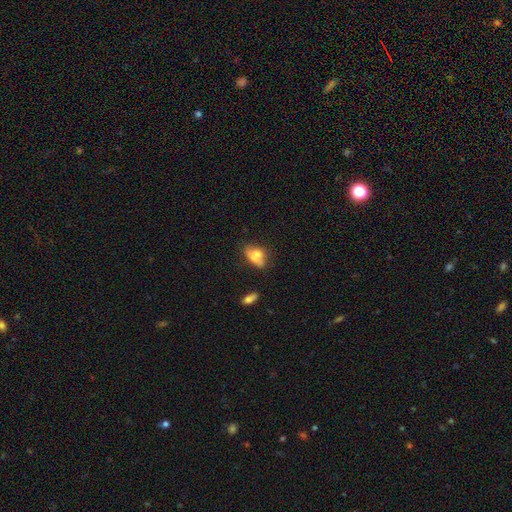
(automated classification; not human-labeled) smooth 62%, featured or disk 27%, star or artifact 11%. Down the decision tree: how rounded — in between (79%); merging — none (36%).